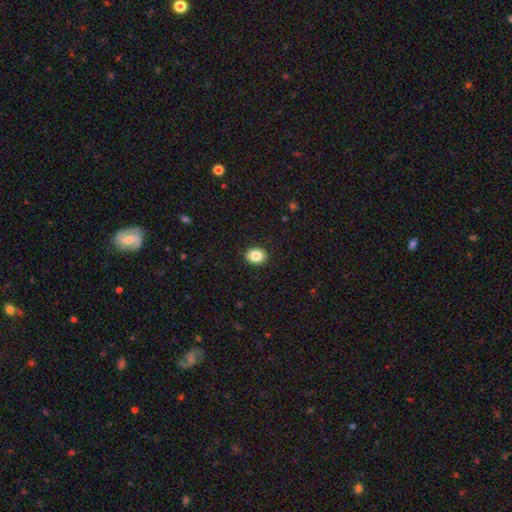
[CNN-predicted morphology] Smooth or featured?
  - smooth: 86% *
  - star or artifact: 9%
  - featured or disk: 5%
How rounded?
  - round: 51% *
  - in between: 48%
  - cigar-shaped: 1%
Merging?
  - none: 92% *
  - minor disturbance: 6%
  - major disturbance: 2%
  - merger: 1%